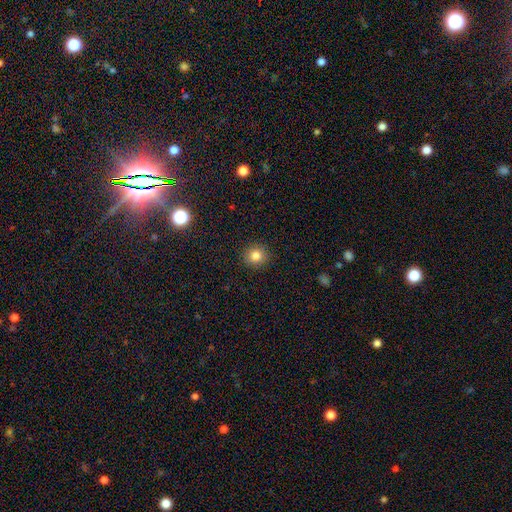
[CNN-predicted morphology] The model was most divided on "smooth or featured": smooth: 83%, star or artifact: 12%, featured or disk: 6%. More confident: merging — none (91%); how rounded — round (89%).